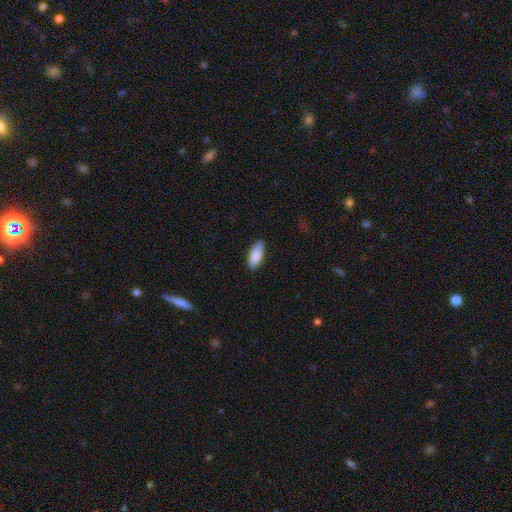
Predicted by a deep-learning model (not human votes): Smooth or featured?
  - smooth: 87% *
  - featured or disk: 7%
  - star or artifact: 6%
How rounded?
  - in between: 85% *
  - cigar-shaped: 13%
  - round: 2%
Merging?
  - none: 82% *
  - minor disturbance: 14%
  - major disturbance: 2%
  - merger: 1%